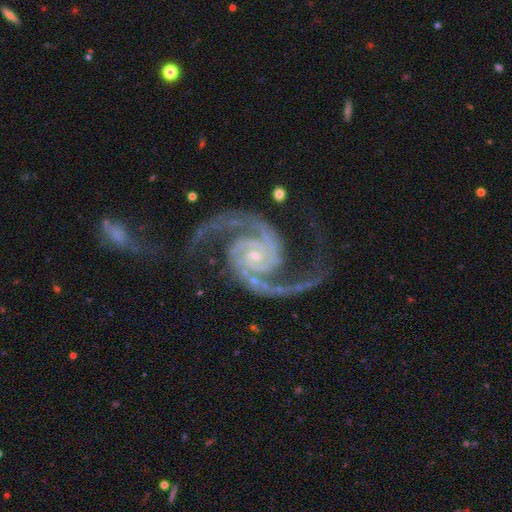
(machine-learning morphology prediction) Smooth or featured? Predicted: featured or disk (p=0.94). Edge-on disk? Predicted: no (p=0.98). Bar? Predicted: no (p=0.65). Spiral arms? Predicted: yes (p=0.99). Spiral winding? Predicted: medium (p=0.57). Spiral arm count? Predicted: 2 (p=0.92). Bulge size? Predicted: small (p=0.72). Merging? Predicted: none (p=0.72).